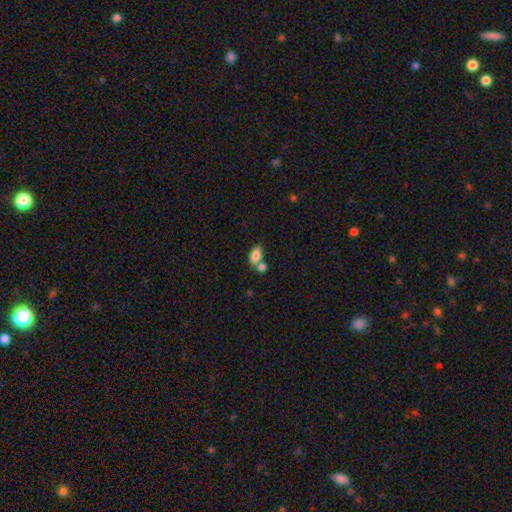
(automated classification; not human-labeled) This is clearly a smooth galaxy (83%). How rounded: clearly in between (89%). Merging: possibly none (51%).